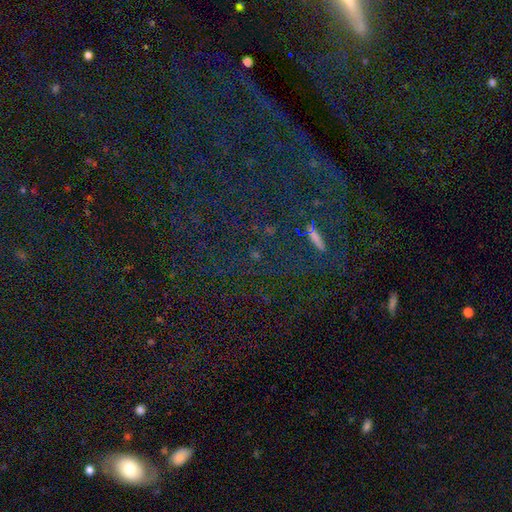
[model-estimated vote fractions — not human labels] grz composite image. It shows a star or artifact, not a galaxy (77%).